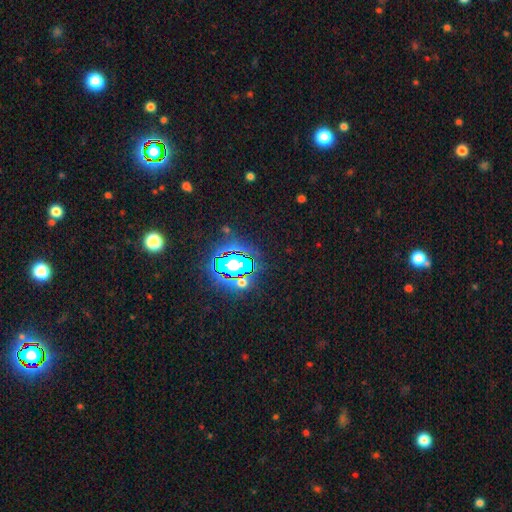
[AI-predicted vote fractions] smooth-or-featured: star or artifact: 76% | smooth: 15% | featured or disk: 9%